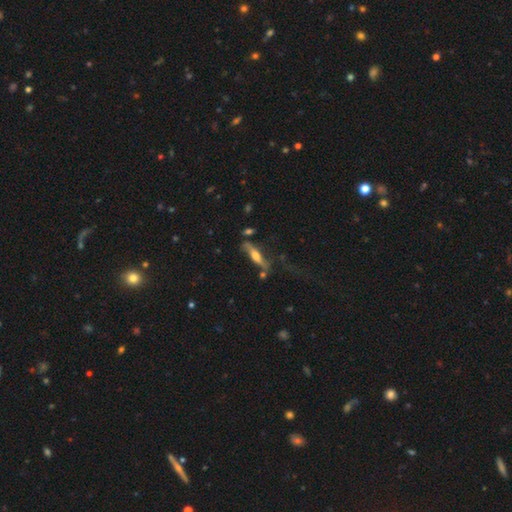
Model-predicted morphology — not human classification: Smooth or featured: featured or disk — 60% (smooth — 33%)
Edge-on disk: yes — 85% (no — 15%)
Edge-on bulge: rounded — 87% (boxy — 8%)
Merging: none — 57% (minor disturbance — 22%)